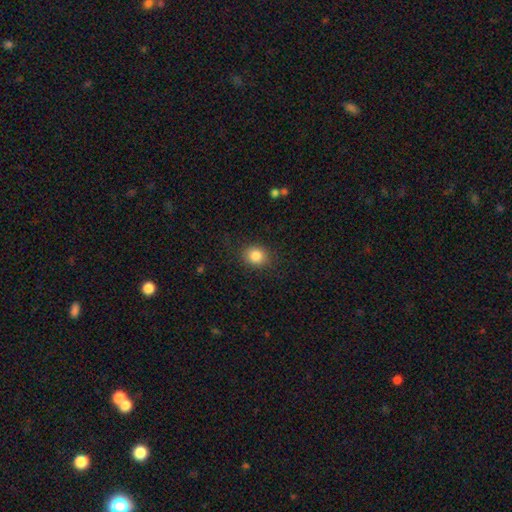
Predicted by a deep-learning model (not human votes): A smooth galaxy with no disk features (85%) that is round (70%). Merging: none (85%).